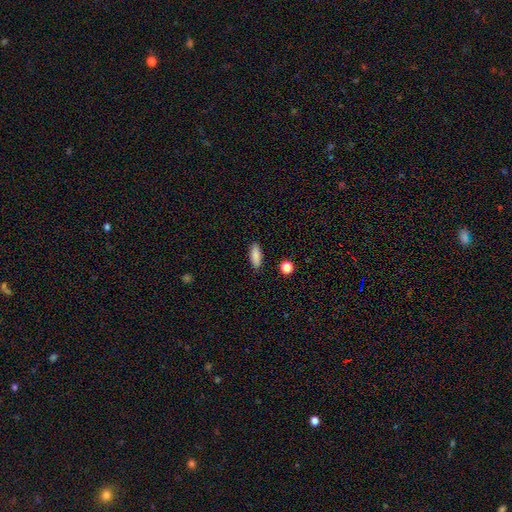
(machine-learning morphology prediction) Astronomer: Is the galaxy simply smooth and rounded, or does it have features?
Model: smooth — 87%.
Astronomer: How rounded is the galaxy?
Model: in between — 65%.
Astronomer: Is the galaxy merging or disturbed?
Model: none — 88%.